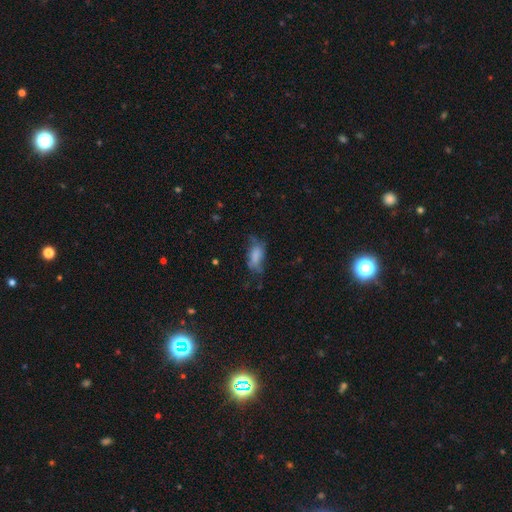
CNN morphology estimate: A smooth galaxy with no disk features (67%) that is in between round and cigar-shaped (87%).

Vote fractions:
- Smooth or featured? smooth: 67% / featured or disk: 23% / star or artifact: 10%
- How rounded? in between: 87% / cigar-shaped: 8% / round: 5%
- Merging? none: 34% / minor disturbance: 32% / major disturbance: 30% / merger: 4%